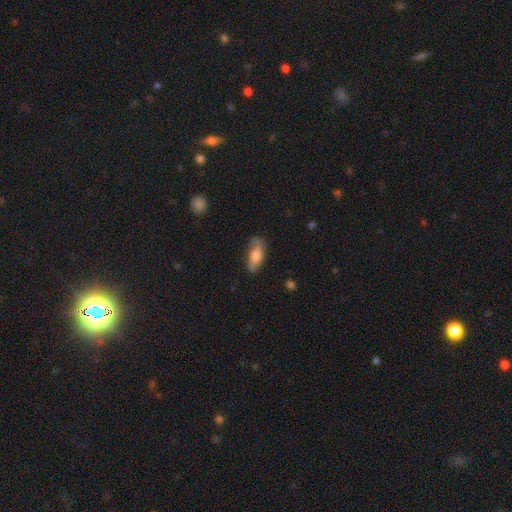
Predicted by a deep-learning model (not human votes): smooth-or-featured: smooth: 68% | featured or disk: 25% | star or artifact: 6%
  how-rounded: in between: 79% | cigar-shaped: 18% | round: 3%
  merging: none: 67% | minor disturbance: 24% | major disturbance: 6% | merger: 2%